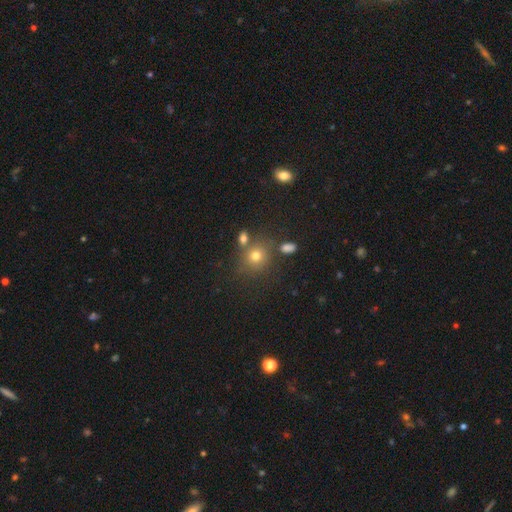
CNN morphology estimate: Smooth or featured? Predicted: smooth (p=0.73). How rounded? Predicted: round (p=0.80). Merging? Predicted: none (p=0.67).